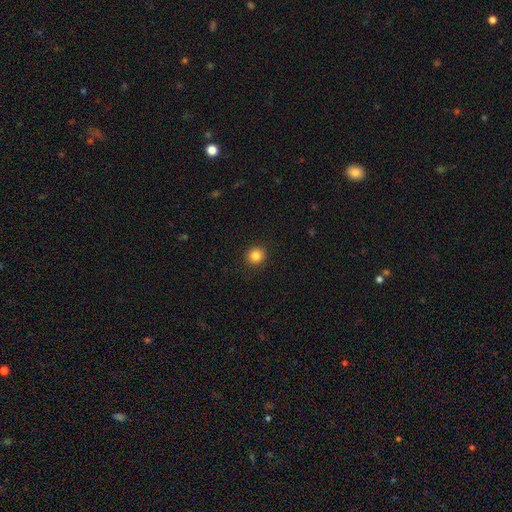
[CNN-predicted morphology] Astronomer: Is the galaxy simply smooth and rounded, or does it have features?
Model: smooth — 84%.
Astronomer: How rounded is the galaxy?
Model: round — 90%.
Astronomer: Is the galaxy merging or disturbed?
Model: none — 92%.